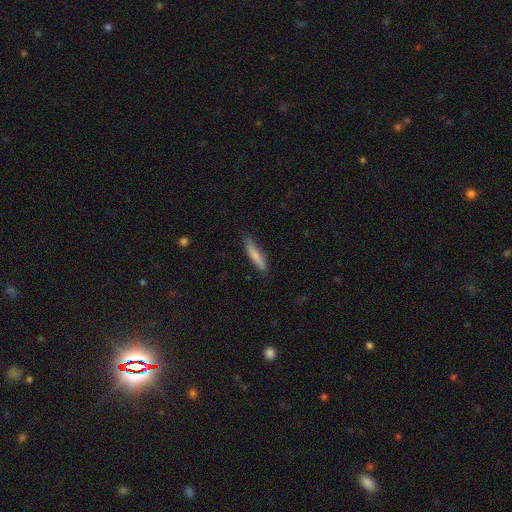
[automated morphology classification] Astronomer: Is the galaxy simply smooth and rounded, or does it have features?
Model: smooth — 77%.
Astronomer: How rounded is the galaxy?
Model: cigar-shaped — 89%.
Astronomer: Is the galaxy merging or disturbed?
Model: none — 80%.